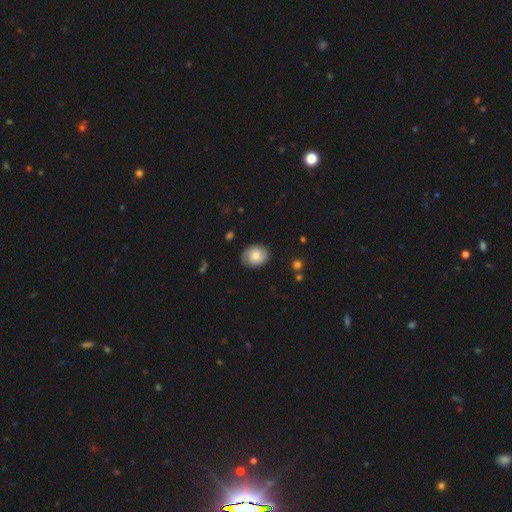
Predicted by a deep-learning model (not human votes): This appears to be a smooth galaxy with no disk features (66%) that is round (52%). Merging: none (83%).